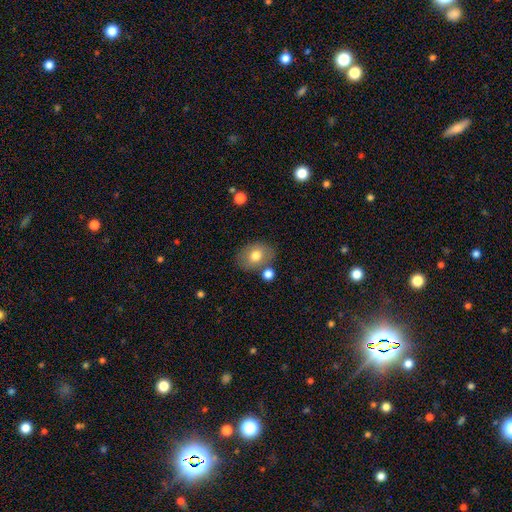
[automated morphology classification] type=smooth (72%); roundness=in between (68%); merging=none (71%).